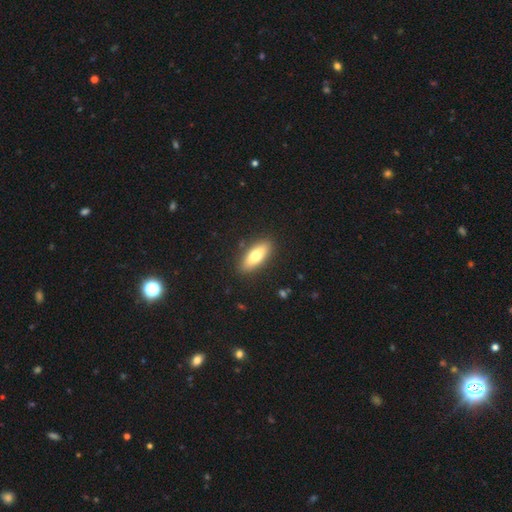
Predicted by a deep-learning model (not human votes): Smooth or featured?
  - smooth: 71% *
  - featured or disk: 22%
  - star or artifact: 6%
How rounded?
  - in between: 71% *
  - cigar-shaped: 26%
  - round: 2%
Merging?
  - none: 88% *
  - minor disturbance: 9%
  - major disturbance: 2%
  - merger: 1%